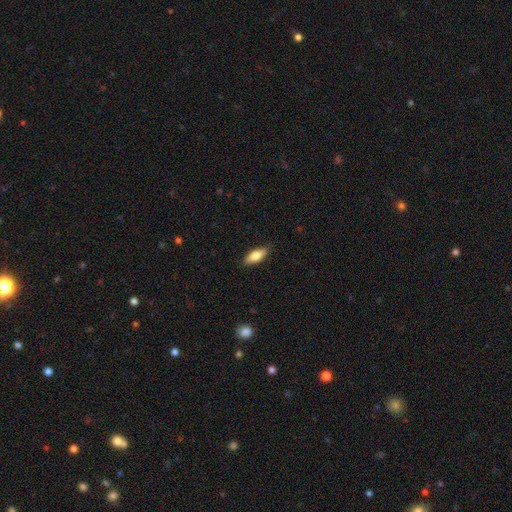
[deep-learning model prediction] smooth 70%, featured or disk 24%, star or artifact 6%. Down the decision tree: how rounded — in between (69%); merging — none (83%).